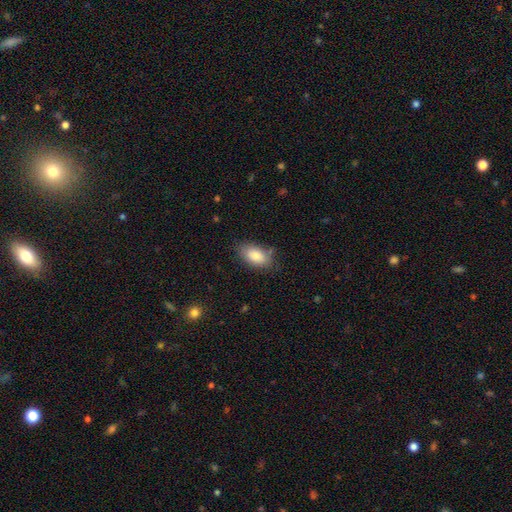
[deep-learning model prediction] This is clearly a smooth galaxy (85%). How rounded: clearly in between (93%). Merging: likely none (77%).